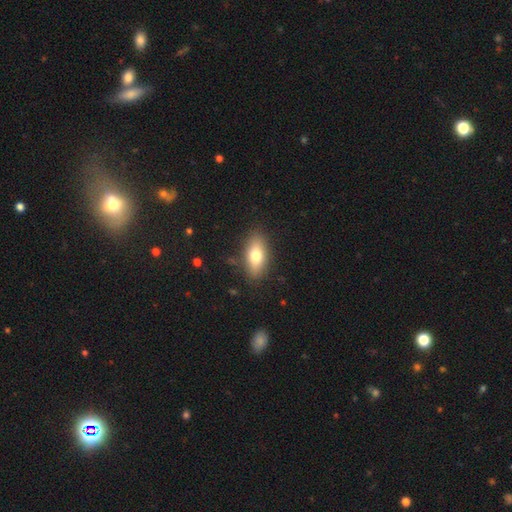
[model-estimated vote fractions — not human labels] Smooth or featured: smooth — 74% (featured or disk — 18%)
How rounded: in between — 84% (cigar-shaped — 11%)
Merging: none — 85% (minor disturbance — 10%)